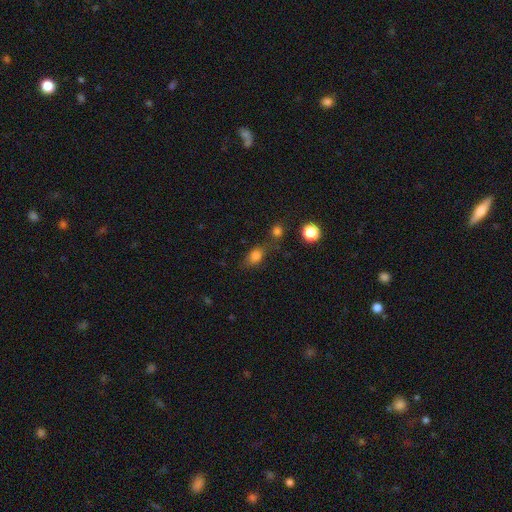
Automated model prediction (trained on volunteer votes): smooth 77%, star or artifact 14%, featured or disk 9%. Down the decision tree: how rounded — in between (63%); merging — none (55%).